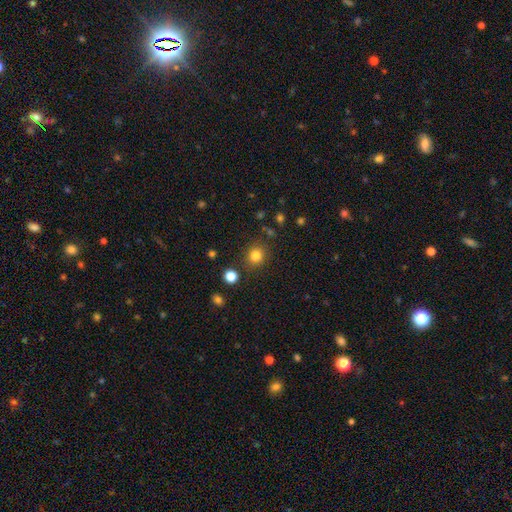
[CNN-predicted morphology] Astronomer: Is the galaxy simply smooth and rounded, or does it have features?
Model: smooth — 82%.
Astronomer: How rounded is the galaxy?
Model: round — 87%.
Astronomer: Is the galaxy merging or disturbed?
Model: none — 85%.